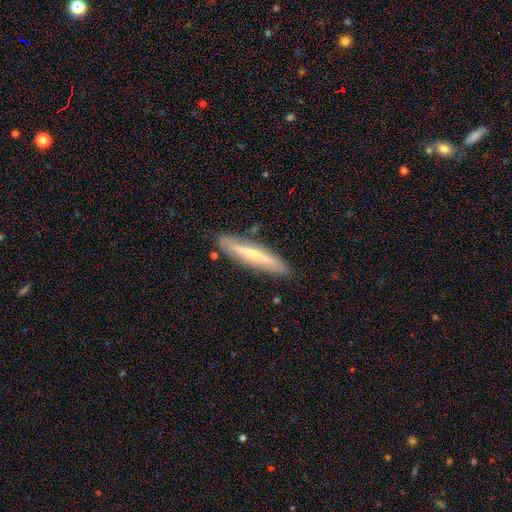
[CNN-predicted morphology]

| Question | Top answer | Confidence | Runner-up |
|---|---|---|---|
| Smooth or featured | featured or disk | 63% | smooth (30%) |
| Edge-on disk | yes | 80% | no (20%) |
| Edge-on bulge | rounded | 75% | none (20%) |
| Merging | none | 85% | minor disturbance (11%) |